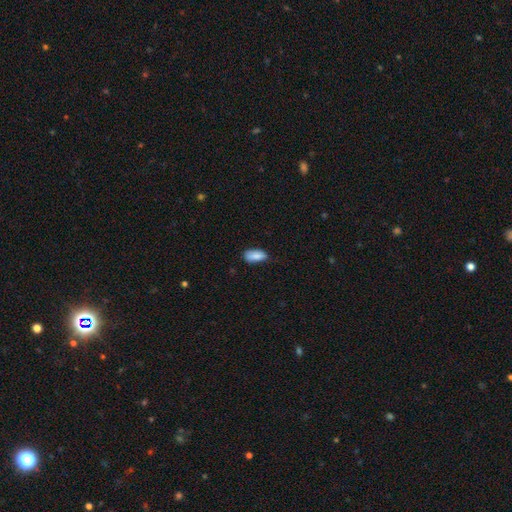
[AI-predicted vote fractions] The model was most divided on "merging": none: 67%, minor disturbance: 27%, major disturbance: 4%, merger: 1%. More confident: how rounded — in between (89%); smooth or featured — smooth (86%).